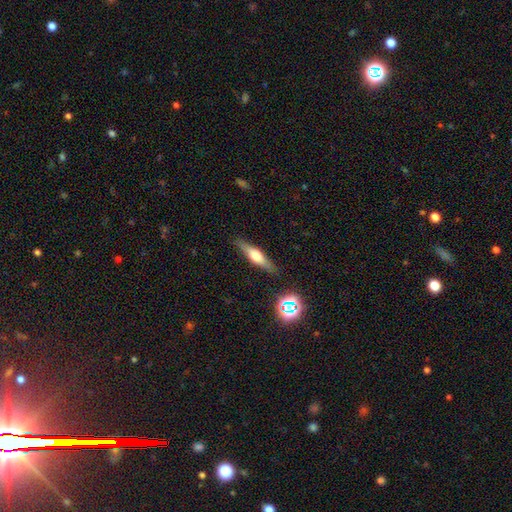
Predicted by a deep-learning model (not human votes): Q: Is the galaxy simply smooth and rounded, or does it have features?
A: featured or disk — 51%.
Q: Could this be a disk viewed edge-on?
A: yes — 92%.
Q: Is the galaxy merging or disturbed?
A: none — 87%.